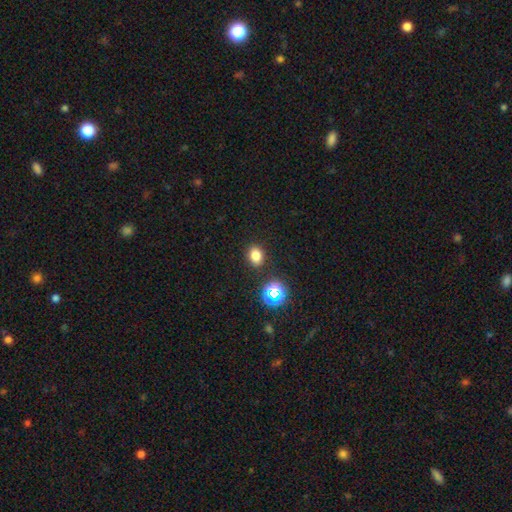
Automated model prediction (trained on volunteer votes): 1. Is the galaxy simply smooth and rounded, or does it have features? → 77% smooth, 17% star or artifact, 6% featured or disk.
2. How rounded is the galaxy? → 55% in between, 44% round, 1% cigar-shaped.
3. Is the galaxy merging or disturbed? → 86% none, 8% minor disturbance, 3% merger, 3% major disturbance.